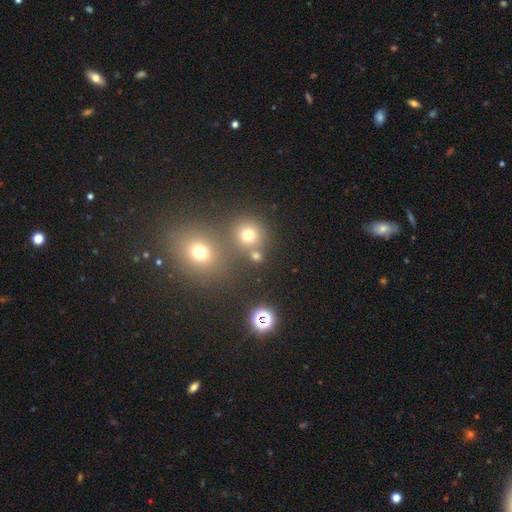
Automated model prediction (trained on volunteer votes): Q: Smooth or featured?
A: smooth (68%); runner-up: star or artifact (24%)
Q: How rounded?
A: round (86%); runner-up: in between (13%)
Q: Merging?
A: none (68%); runner-up: merger (20%)